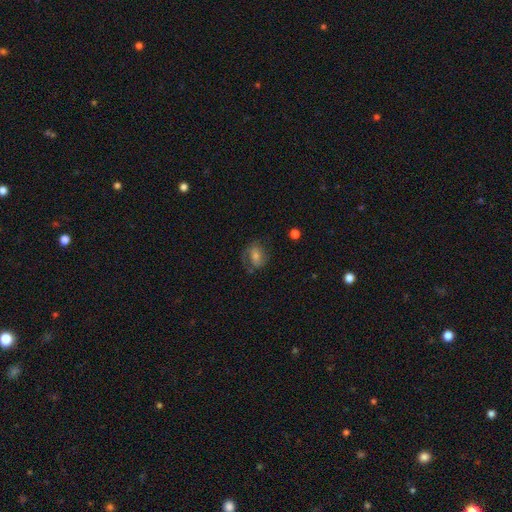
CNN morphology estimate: This is possibly a featured or disk galaxy (51%). It is clearly not viewed edge-on (96%). Merging: likely none (63%).